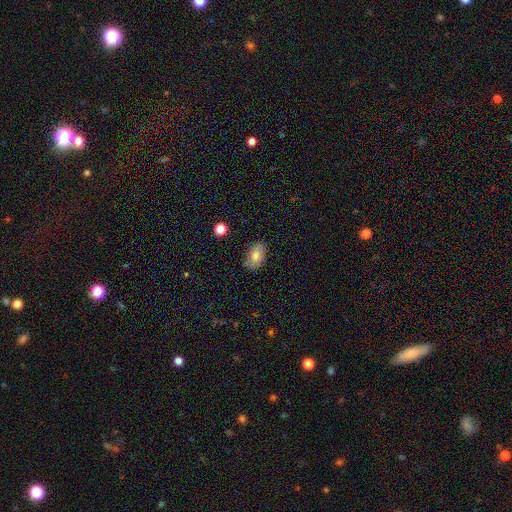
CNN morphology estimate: smooth_or_featured: smooth (p=0.79) [alt: featured or disk p=0.13]
how_rounded: in between (p=0.90) [alt: round p=0.08]
merging: none (p=0.77) [alt: minor disturbance p=0.18]